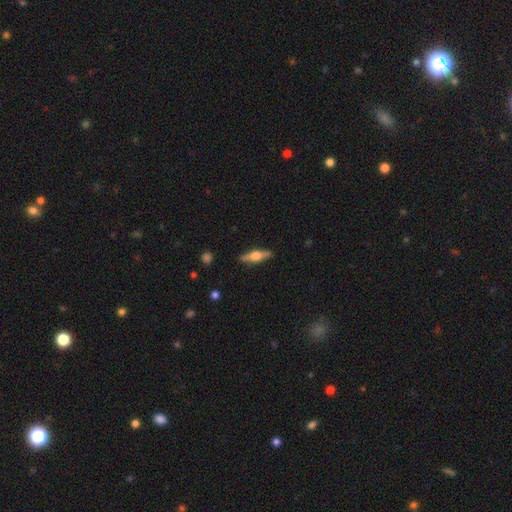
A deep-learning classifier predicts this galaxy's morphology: This is possibly a featured or disk galaxy (59%). It is clearly viewed edge-on (95%). Edge-on bulge: clearly rounded (92%). Merging: clearly none (88%).